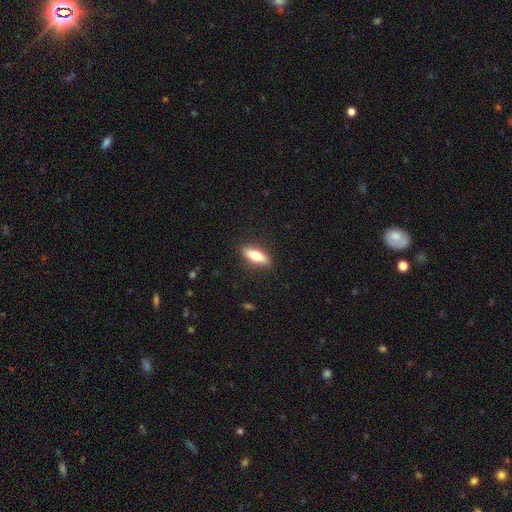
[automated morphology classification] smooth-or-featured: smooth: 69% | featured or disk: 25% | star or artifact: 6%
  how-rounded: in between: 61% | cigar-shaped: 37% | round: 3%
  merging: none: 88% | minor disturbance: 9% | major disturbance: 2% | merger: 1%